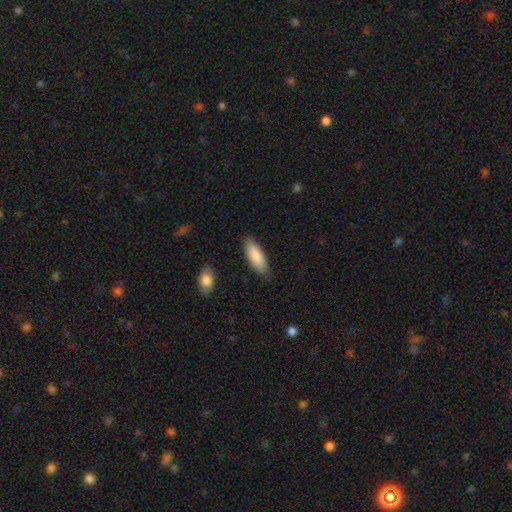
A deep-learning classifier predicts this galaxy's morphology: Smooth or featured? smooth (87%)
How rounded? in between (68%)
Merging? none (83%)